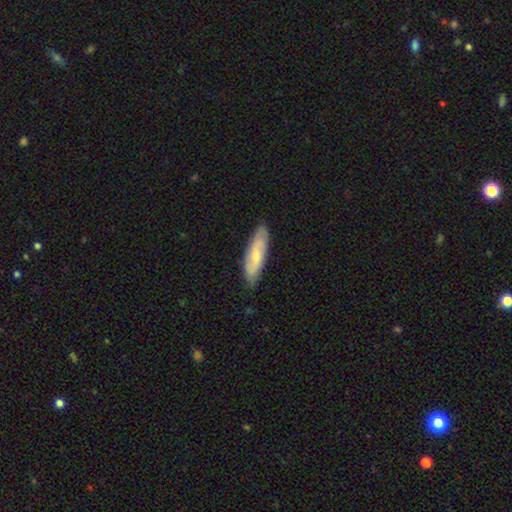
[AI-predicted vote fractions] A smooth galaxy with no disk features (55%) that is cigar-shaped (55%). Merging: none (82%).